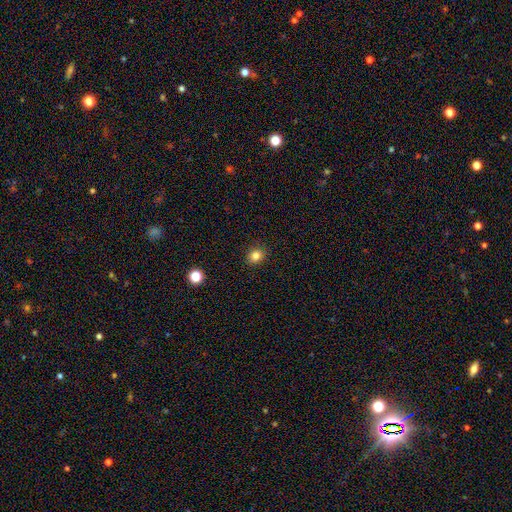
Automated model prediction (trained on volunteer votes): Overall: smooth (82%). How rounded: round (65%; in between 34%). Merging: none (89%).